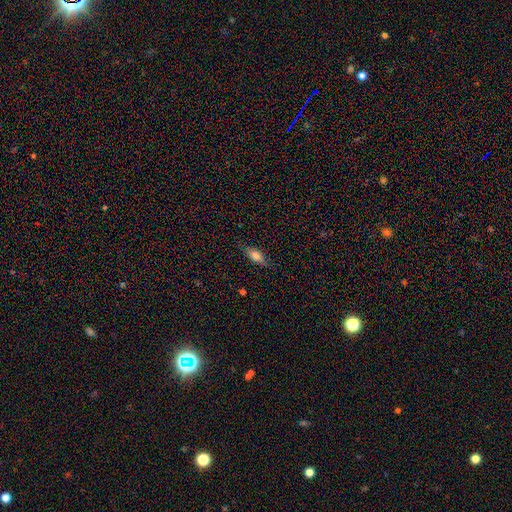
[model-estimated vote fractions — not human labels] Smooth or featured: smooth — 75% (featured or disk — 17%)
How rounded: in between — 79% (cigar-shaped — 18%)
Merging: none — 81% (minor disturbance — 15%)